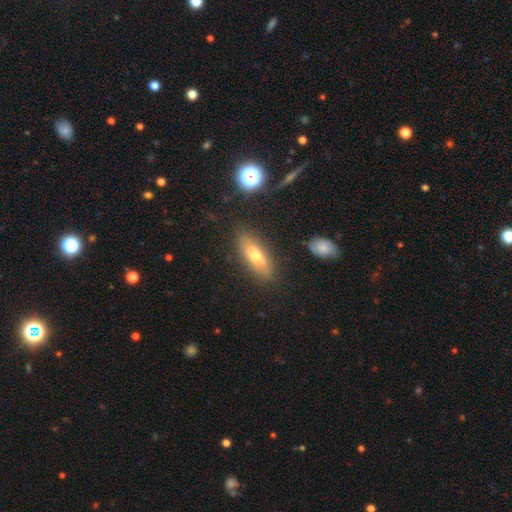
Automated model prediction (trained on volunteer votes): This appears to be a smooth galaxy with no disk features (59%) that is in between round and cigar-shaped (56%). Merging: none (84%).